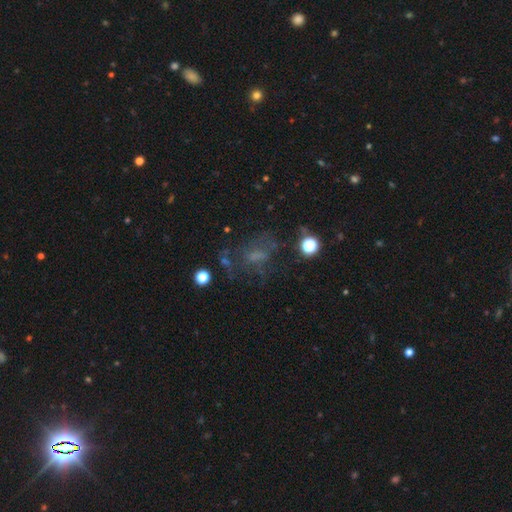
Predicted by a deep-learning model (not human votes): smooth-or-featured: featured or disk: 39% | smooth: 34% | star or artifact: 28%
  merging: none: 50% | major disturbance: 27% | minor disturbance: 19% | merger: 5%